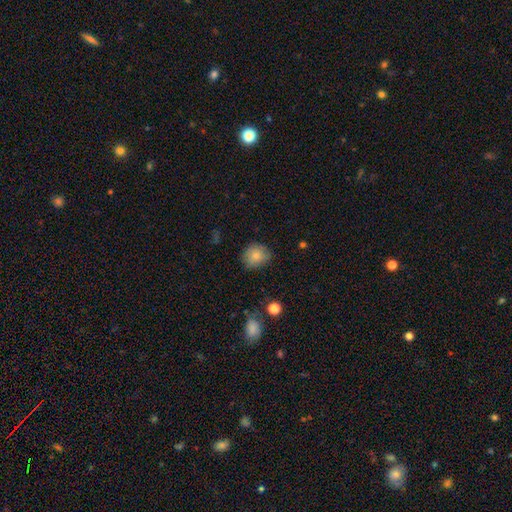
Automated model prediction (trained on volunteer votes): A smooth galaxy with no disk features (81%) that is round (76%). Merging: none (78%).